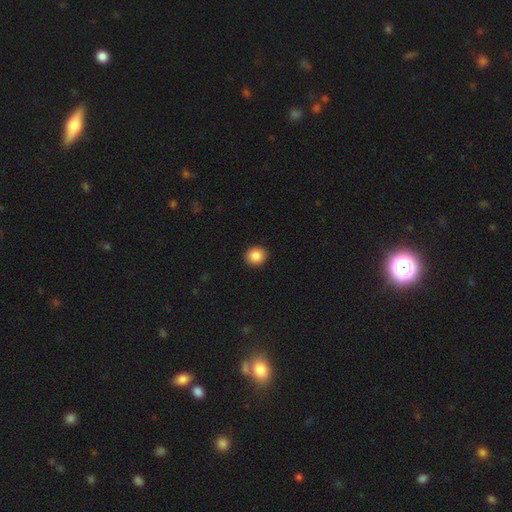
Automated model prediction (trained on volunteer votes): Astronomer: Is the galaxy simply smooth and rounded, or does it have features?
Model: smooth — 87%.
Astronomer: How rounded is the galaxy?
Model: round — 89%.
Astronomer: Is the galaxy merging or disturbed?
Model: none — 93%.